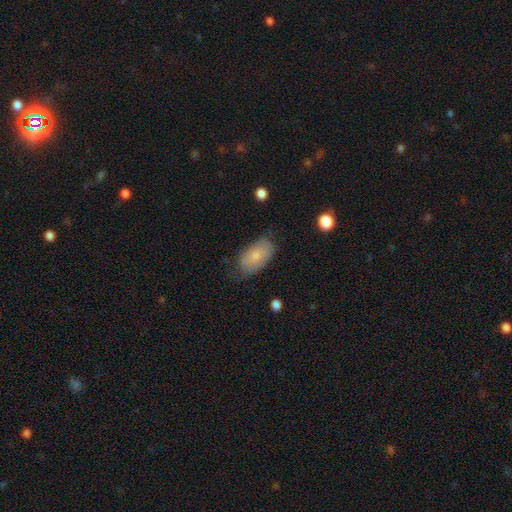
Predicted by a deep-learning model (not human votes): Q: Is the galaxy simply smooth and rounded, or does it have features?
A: smooth — 73%.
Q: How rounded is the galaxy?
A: in between — 93%.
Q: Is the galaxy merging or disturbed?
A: none — 66%.